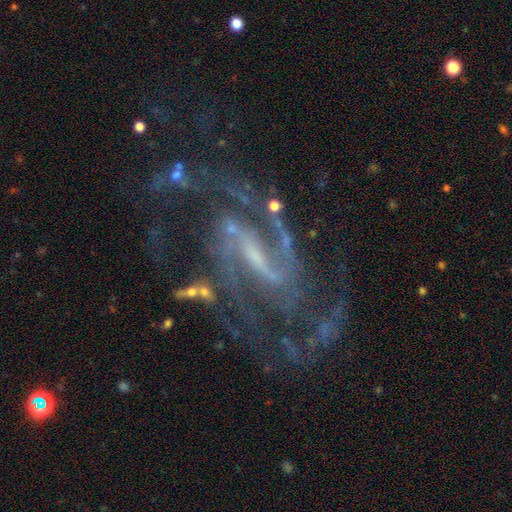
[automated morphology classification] A featured or disk galaxy (89%) with a strong bar (44%), 2 (63%) medium (55%) spiral arms (96%) and a small central bulge (53%).

Vote fractions:
- Smooth or featured? featured or disk: 89% / star or artifact: 7% / smooth: 3%
- Edge-on disk? no: 96% / yes: 4%
- Bar? strong: 44% / weak: 42% / no: 14%
- Spiral arms? yes: 96% / no: 4%
- Spiral winding? medium: 55% / tight: 26% / loose: 19%
- Spiral arm count? 2: 63% / 3: 12% / can't tell: 11% / 4: 5% / 1: 4% / more than 4: 4%
- Bulge size? small: 53% / none: 26% / moderate: 18% / large: 2% / dominant: 1%
- Merging? none: 58% / major disturbance: 21% / minor disturbance: 17% / merger: 4%